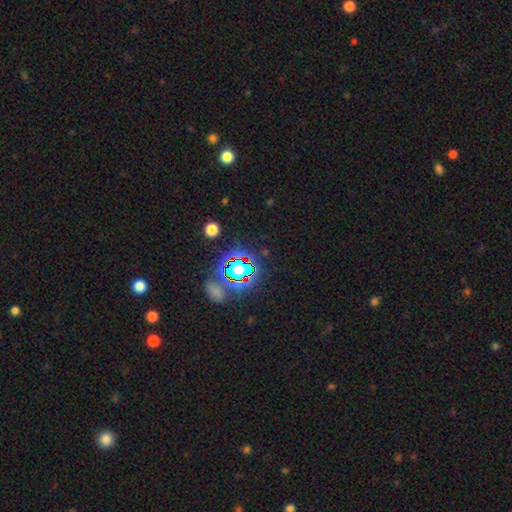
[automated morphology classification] The model was most divided on "smooth or featured": star or artifact: 77%, smooth: 14%, featured or disk: 9%.